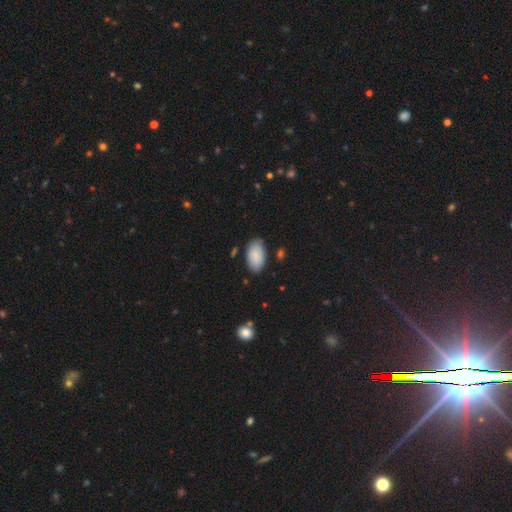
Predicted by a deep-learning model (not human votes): The model was most divided on "merging": none: 82%, minor disturbance: 13%, major disturbance: 3%, merger: 2%. More confident: how rounded — in between (95%); smooth or featured — smooth (88%).